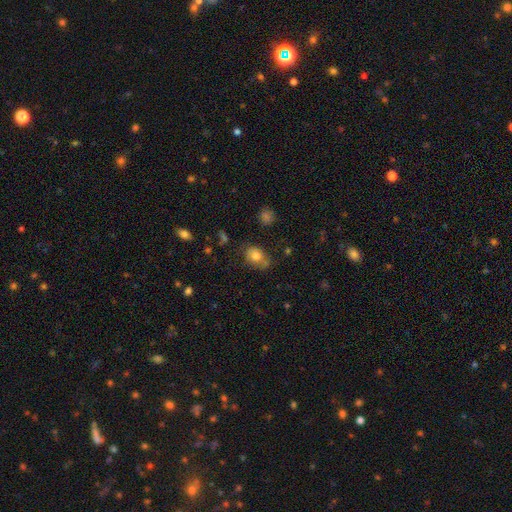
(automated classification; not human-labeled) This is likely a smooth galaxy (79%). How rounded: likely in between (63%). Merging: likely none (60%).